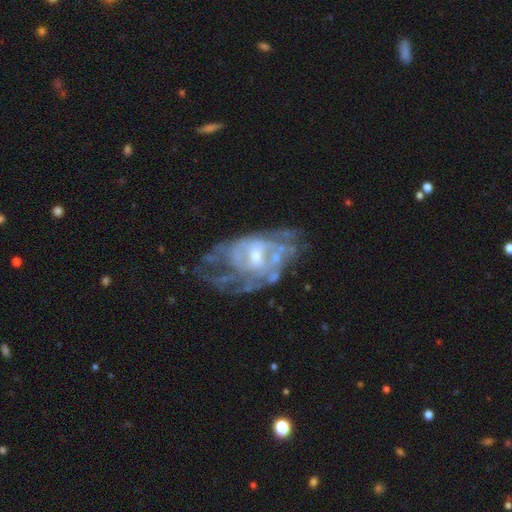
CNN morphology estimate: featured or disk 81%, smooth 10%, star or artifact 8%. Down the decision tree: edge-on disk — no (96%); bar — no (49%); spiral arms — yes (68%); spiral arm count — can't tell (58%); spiral winding — tight (47%); bulge size — small (56%); merging — none (41%).